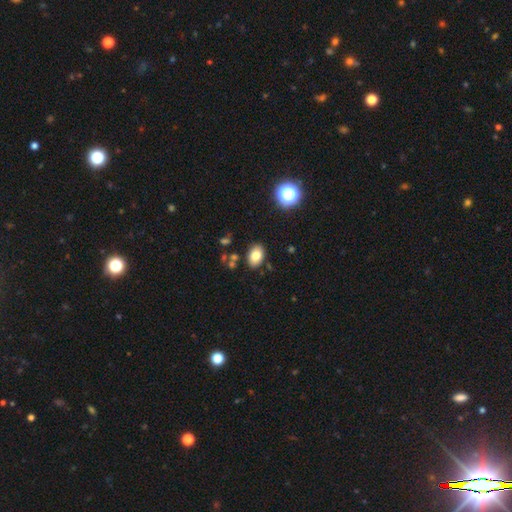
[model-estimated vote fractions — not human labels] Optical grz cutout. It shows a smooth galaxy with no disk features (79%) that is in between round and cigar-shaped (84%). Merging: none (85%).